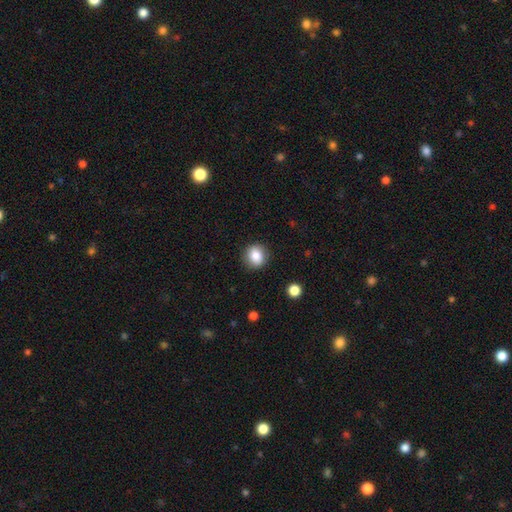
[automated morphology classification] This appears to be a smooth galaxy with no disk features (83%) that is round (84%). Merging: none (89%).